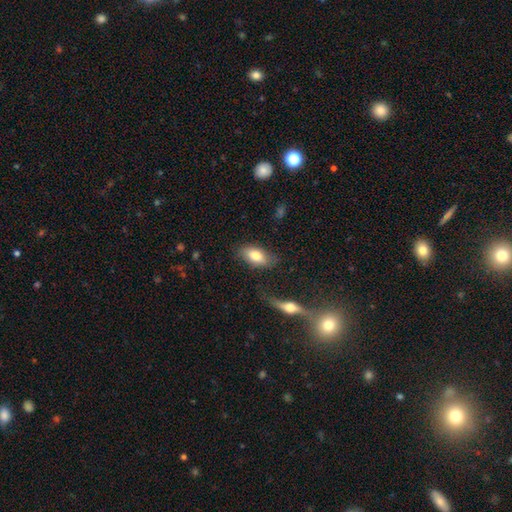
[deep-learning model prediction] Morphology: type=smooth (77%); roundness=in between (89%); merging=none (75%).